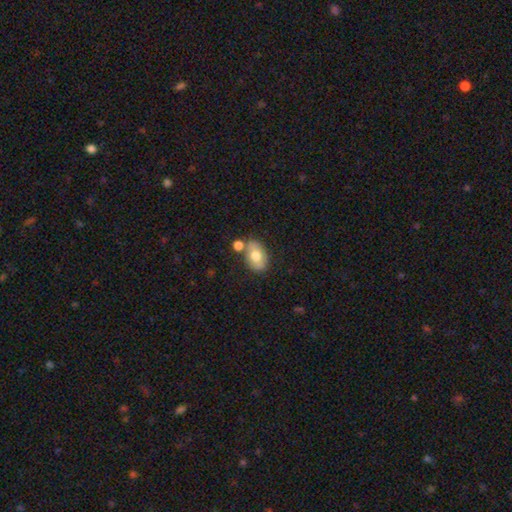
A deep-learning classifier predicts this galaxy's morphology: Overall: smooth (71%). How rounded: in between (86%). Merging: none (65%).